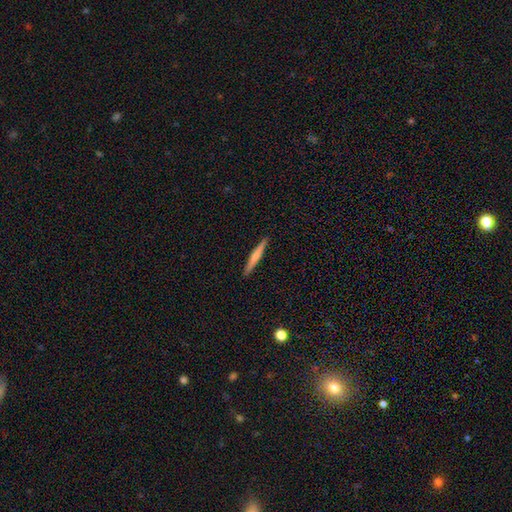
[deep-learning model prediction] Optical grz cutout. It shows a smooth galaxy with no disk features (55%) that is cigar-shaped (96%). Merging: none (92%).